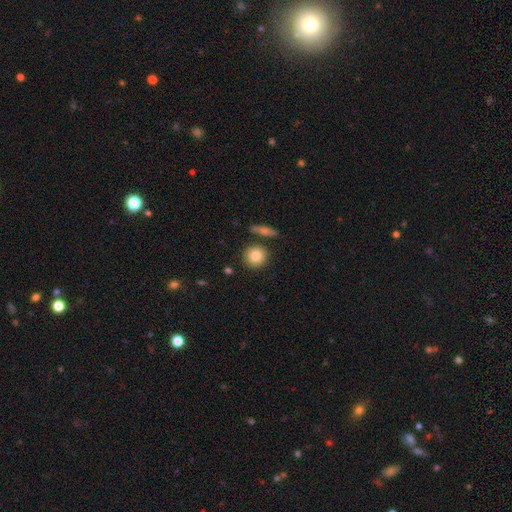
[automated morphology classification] Smooth or featured?
  - smooth: 83% *
  - featured or disk: 9%
  - star or artifact: 8%
How rounded?
  - round: 90% *
  - in between: 8%
  - cigar-shaped: 1%
Merging?
  - none: 83% *
  - minor disturbance: 8%
  - merger: 6%
  - major disturbance: 2%